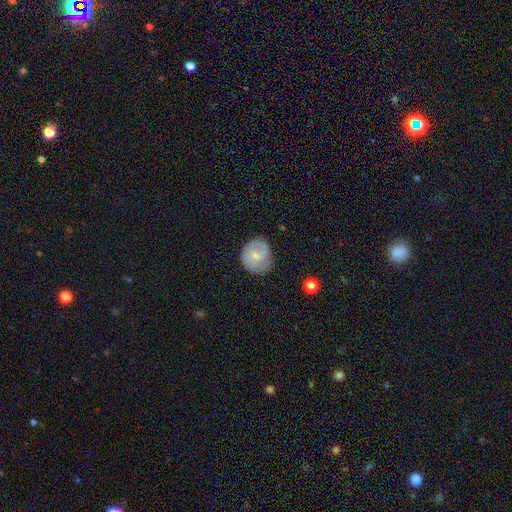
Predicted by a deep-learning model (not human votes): A featured or disk galaxy (47%). Merging: none (64%).